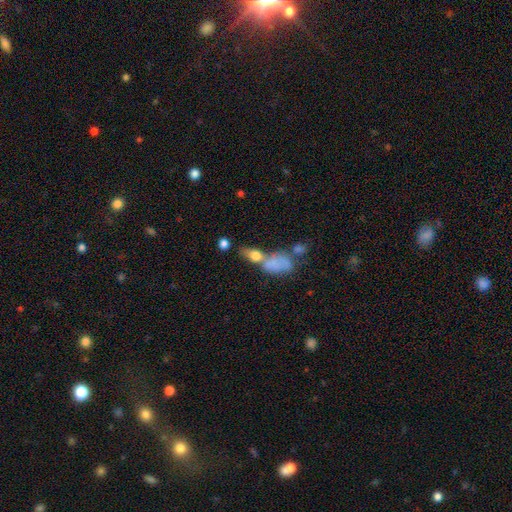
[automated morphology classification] Smooth or featured? Predicted: smooth (p=0.66). How rounded? Predicted: in between (p=0.71). Merging? Predicted: merger (p=0.47).